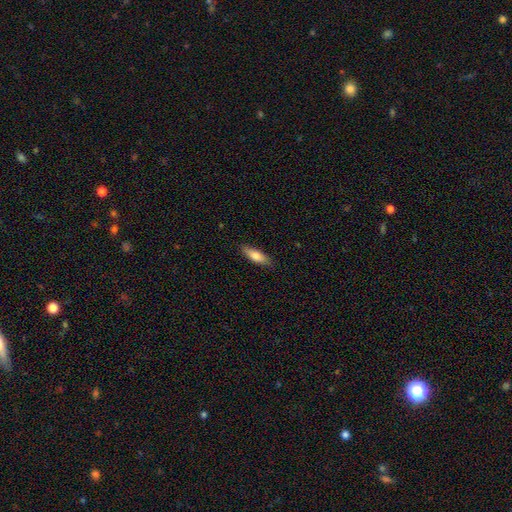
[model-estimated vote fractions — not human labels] Smooth or featured: smooth — 76% (featured or disk — 18%)
How rounded: in between — 55% (cigar-shaped — 43%)
Merging: none — 85% (minor disturbance — 12%)